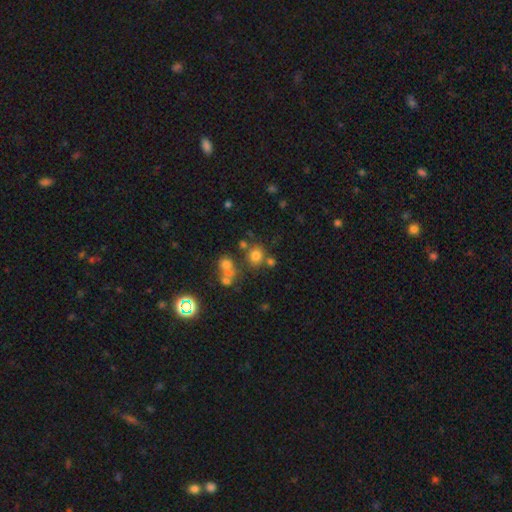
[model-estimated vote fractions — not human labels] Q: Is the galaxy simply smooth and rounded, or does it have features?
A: smooth — 71%.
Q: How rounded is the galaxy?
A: round — 80%.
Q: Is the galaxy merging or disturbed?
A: none — 68%.